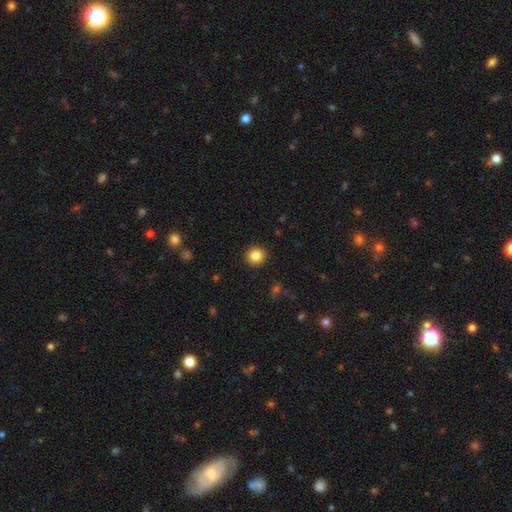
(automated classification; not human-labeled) Smooth or featured? smooth (85%)
How rounded? round (90%)
Merging? none (92%)